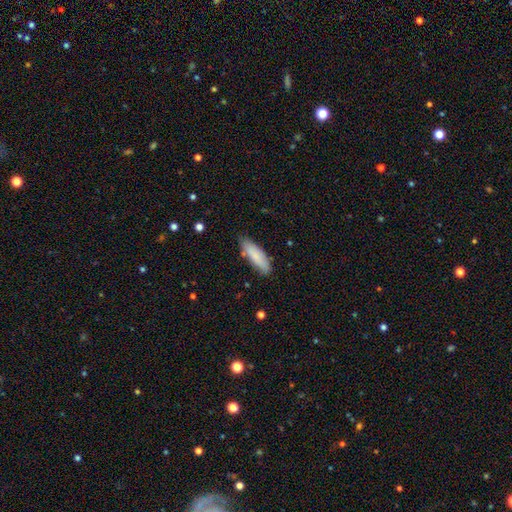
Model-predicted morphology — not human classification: Q: Smooth or featured?
A: smooth (82%); runner-up: featured or disk (12%)
Q: How rounded?
A: cigar-shaped (50%); runner-up: in between (49%)
Q: Merging?
A: none (78%); runner-up: minor disturbance (17%)